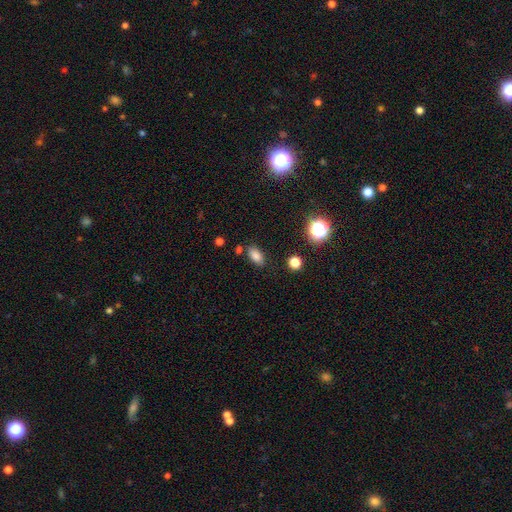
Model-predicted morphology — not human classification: Smooth or featured: smooth — 82% (star or artifact — 12%)
How rounded: in between — 88% (round — 8%)
Merging: none — 81% (minor disturbance — 12%)